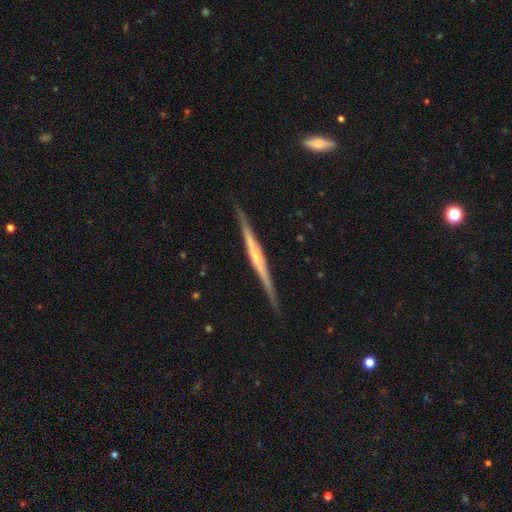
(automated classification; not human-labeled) featured or disk 79%, smooth 16%, star or artifact 5%. Down the decision tree: edge-on disk — yes (98%); edge-on bulge — rounded (56%); merging — none (89%).